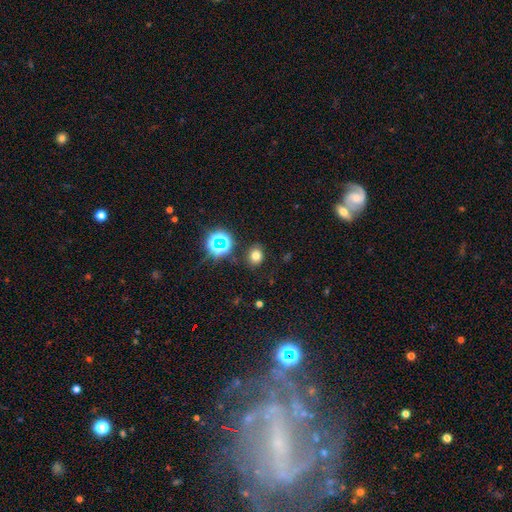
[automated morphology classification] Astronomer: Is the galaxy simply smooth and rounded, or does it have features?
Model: smooth — 71%.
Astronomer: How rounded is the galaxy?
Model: round — 60% (runner-up: in between, 39%).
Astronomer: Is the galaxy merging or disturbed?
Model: none — 86%.